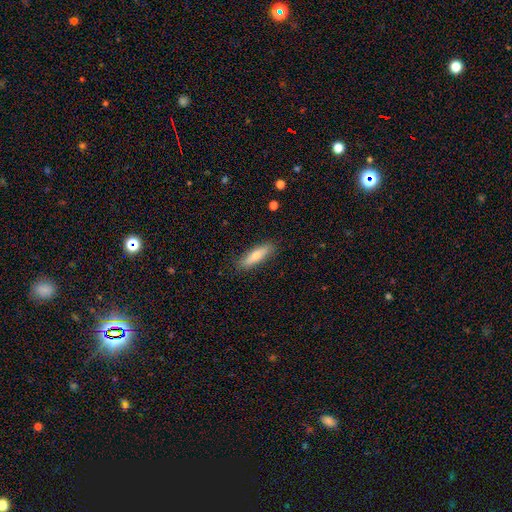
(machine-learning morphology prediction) smooth 77%, featured or disk 17%, star or artifact 6%. Down the decision tree: how rounded — cigar-shaped (61%); merging — none (86%).